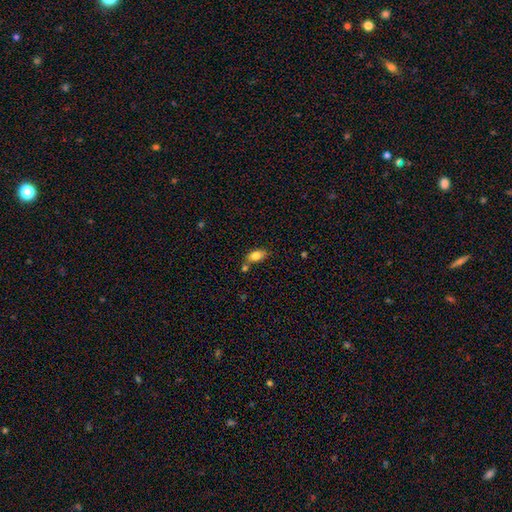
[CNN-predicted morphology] smooth_or_featured: smooth (p=0.81) [alt: featured or disk p=0.10]
how_rounded: in between (p=0.88) [alt: round p=0.07]
merging: none (p=0.59) [alt: merger p=0.19]